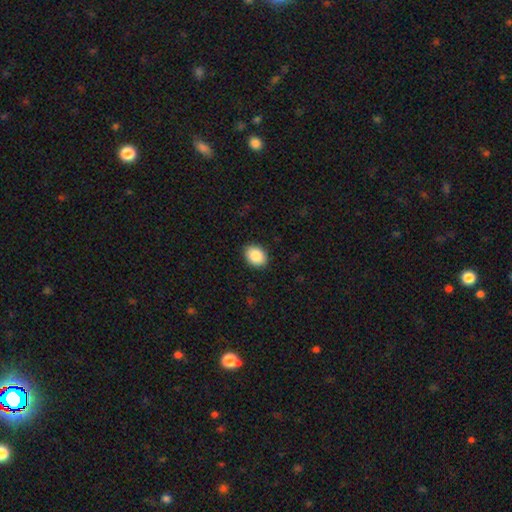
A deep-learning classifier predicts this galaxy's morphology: This appears to be a smooth galaxy with no disk features (89%) that is in between round and cigar-shaped (69%). Merging: none (90%).